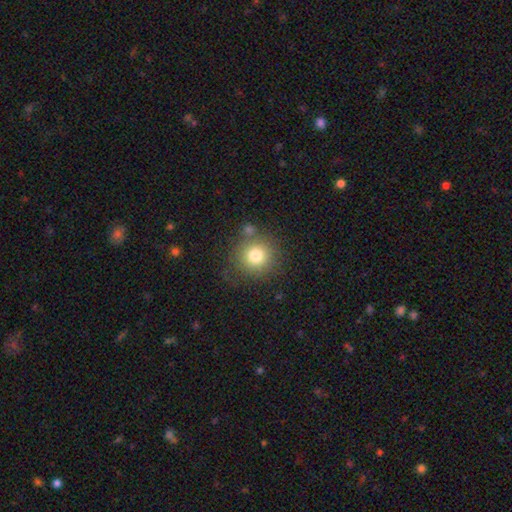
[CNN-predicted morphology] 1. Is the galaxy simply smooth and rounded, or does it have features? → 78% smooth, 11% star or artifact, 10% featured or disk.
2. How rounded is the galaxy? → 92% round, 7% in between, 1% cigar-shaped.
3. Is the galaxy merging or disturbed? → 75% none, 11% minor disturbance, 8% merger, 5% major disturbance.